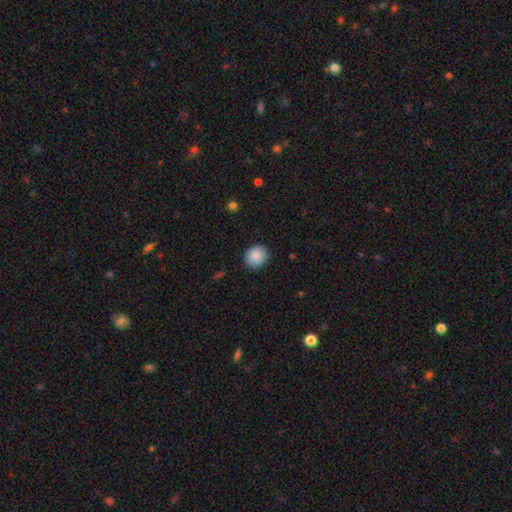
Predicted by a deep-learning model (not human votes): This is clearly a smooth galaxy (88%). How rounded: likely round (71%). Merging: clearly none (87%).